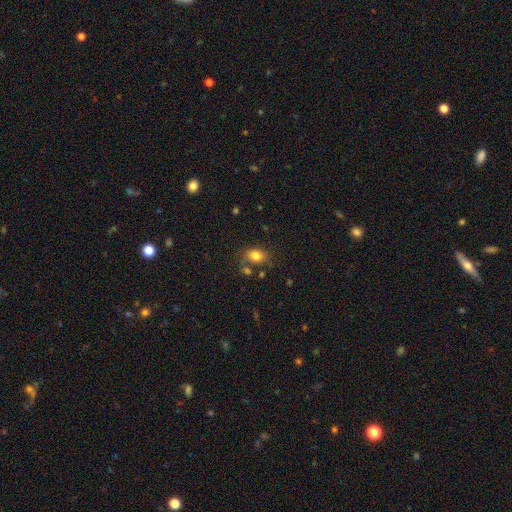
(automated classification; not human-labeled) Q: Smooth or featured?
A: smooth (81%); runner-up: star or artifact (11%)
Q: How rounded?
A: in between (73%); runner-up: round (26%)
Q: Merging?
A: none (70%); runner-up: minor disturbance (15%)